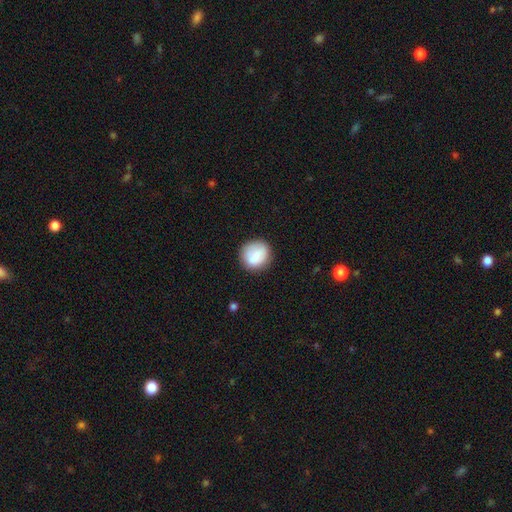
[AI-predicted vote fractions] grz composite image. It shows a smooth galaxy with no disk features (83%) that is round (83%). Merging: none (81%).